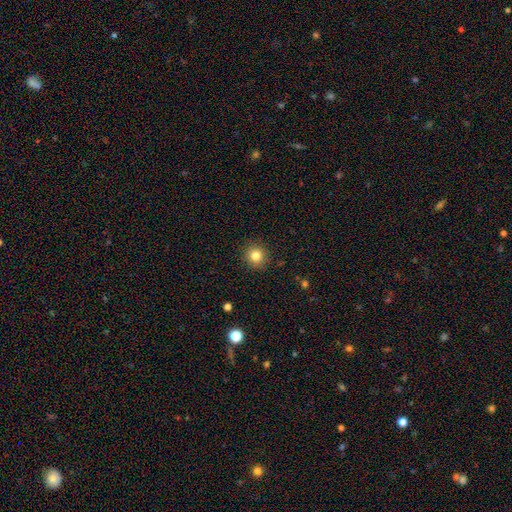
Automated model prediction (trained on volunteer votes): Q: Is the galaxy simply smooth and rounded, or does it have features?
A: smooth — 82%.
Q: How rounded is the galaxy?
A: round — 93%.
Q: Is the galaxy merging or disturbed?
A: none — 91%.